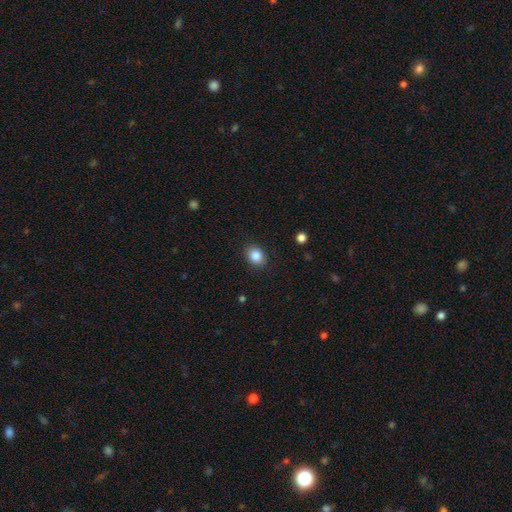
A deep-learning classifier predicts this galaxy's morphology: smooth 86%, star or artifact 9%, featured or disk 5%. Down the decision tree: how rounded — in between (52%); merging — none (88%).